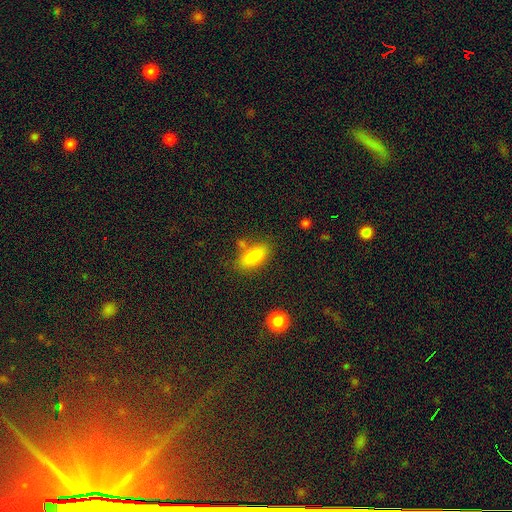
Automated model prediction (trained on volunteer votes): A smooth galaxy with no disk features (76%) that is in between round and cigar-shaped (84%).

Vote fractions:
- Smooth or featured? smooth: 76% / featured or disk: 12% / star or artifact: 12%
- How rounded? in between: 84% / cigar-shaped: 10% / round: 6%
- Merging? none: 77% / minor disturbance: 12% / merger: 8% / major disturbance: 3%